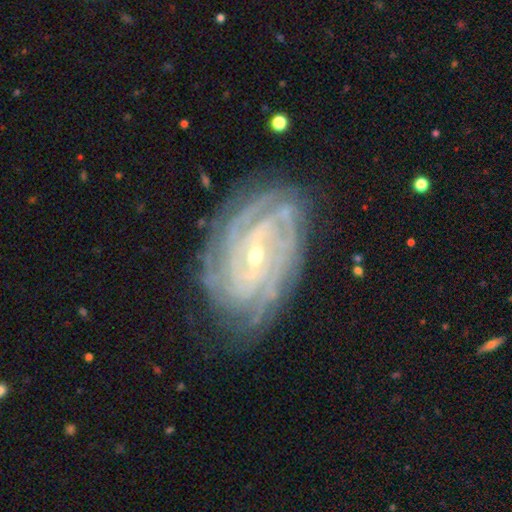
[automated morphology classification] Q: Smooth or featured?
A: featured or disk (90%); runner-up: star or artifact (5%)
Q: Edge-on disk?
A: no (96%); runner-up: yes (4%)
Q: Bar?
A: weak (45%); runner-up: no (33%)
Q: Spiral arms?
A: yes (97%); runner-up: no (3%)
Q: Spiral winding?
A: tight (78%); runner-up: medium (19%)
Q: Spiral arm count?
A: can't tell (27%); runner-up: 4 (24%)
Q: Bulge size?
A: small (70%); runner-up: moderate (27%)
Q: Merging?
A: none (76%); runner-up: minor disturbance (17%)